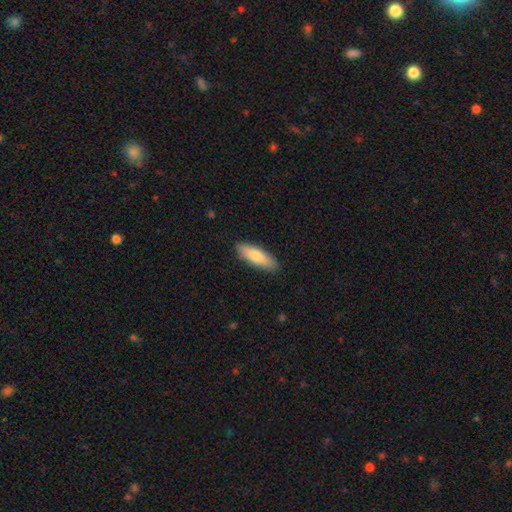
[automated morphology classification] Q: Smooth or featured?
A: smooth (79%); runner-up: featured or disk (16%)
Q: How rounded?
A: in between (50%); runner-up: cigar-shaped (48%)
Q: Merging?
A: none (89%); runner-up: minor disturbance (9%)